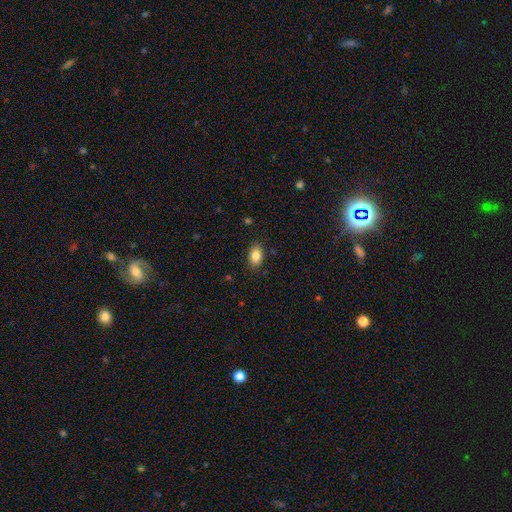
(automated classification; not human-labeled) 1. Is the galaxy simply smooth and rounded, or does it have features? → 86% smooth, 8% star or artifact, 6% featured or disk.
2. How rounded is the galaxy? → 87% in between, 11% round, 1% cigar-shaped.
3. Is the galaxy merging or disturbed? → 86% none, 10% minor disturbance, 2% major disturbance, 1% merger.